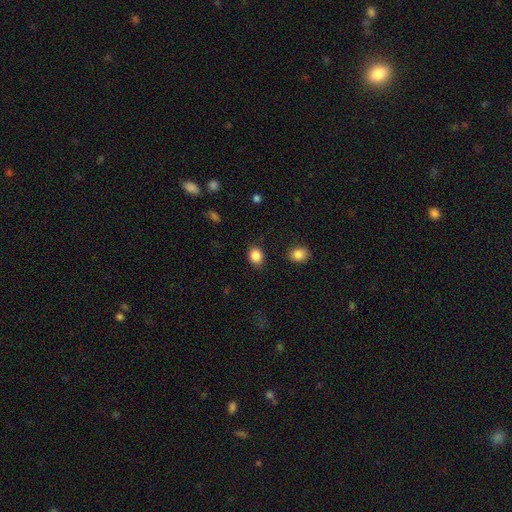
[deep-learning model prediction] smooth 87%, star or artifact 9%, featured or disk 4%. Down the decision tree: how rounded — round (54%); merging — none (84%).